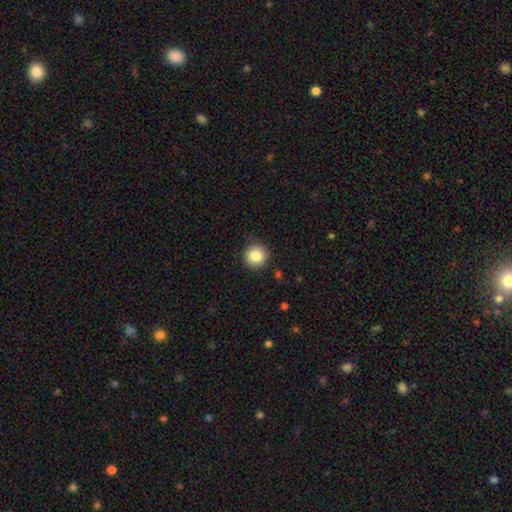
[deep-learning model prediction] Smooth or featured?
  - smooth: 85% *
  - star or artifact: 9%
  - featured or disk: 6%
How rounded?
  - round: 95% *
  - in between: 4%
  - cigar-shaped: 1%
Merging?
  - none: 90% *
  - minor disturbance: 7%
  - major disturbance: 2%
  - merger: 1%